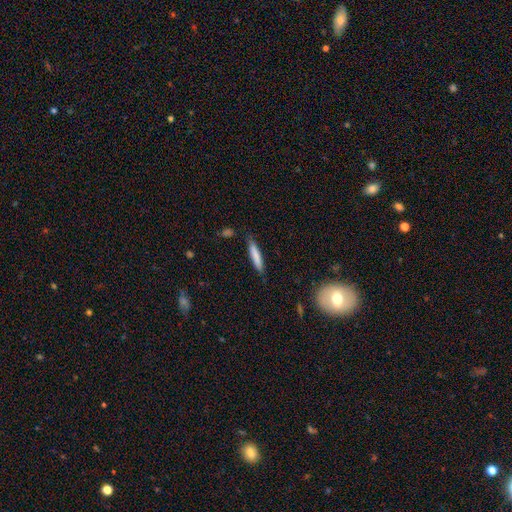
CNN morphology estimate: Smooth or featured? Predicted: smooth (p=0.79). How rounded? Predicted: cigar-shaped (p=0.90). Merging? Predicted: none (p=0.83).